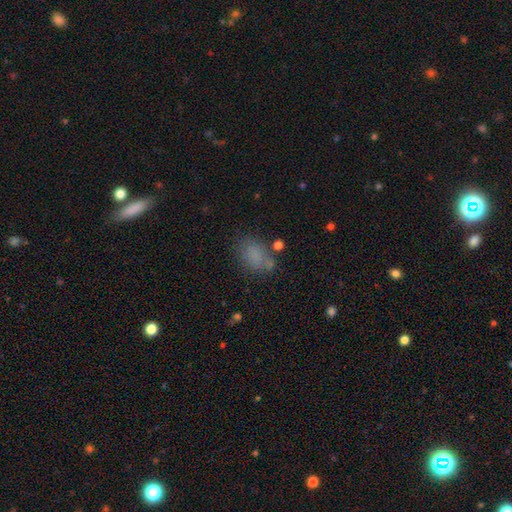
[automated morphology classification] smooth 75%, star or artifact 15%, featured or disk 10%. Down the decision tree: how rounded — in between (77%); merging — none (64%).